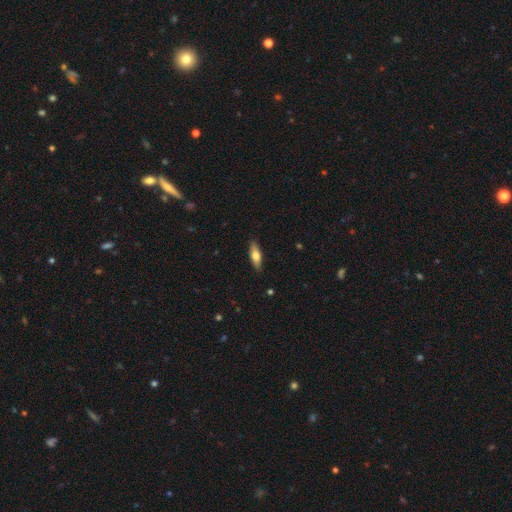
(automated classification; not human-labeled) The model was most divided on "how rounded": in between: 57%, cigar-shaped: 40%, round: 2%. More confident: merging — none (87%); smooth or featured — smooth (64%).